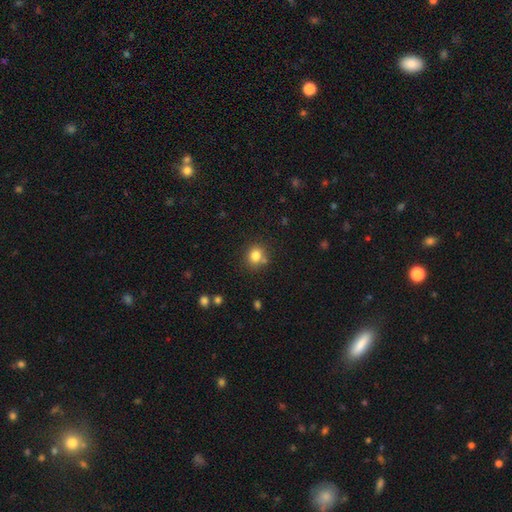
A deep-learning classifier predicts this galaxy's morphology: Smooth or featured: smooth — 81% (star or artifact — 12%)
How rounded: round — 79% (in between — 20%)
Merging: none — 74% (minor disturbance — 12%)